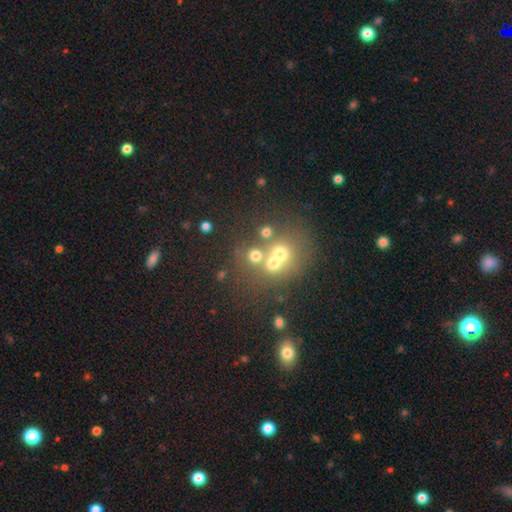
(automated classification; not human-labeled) Q: Smooth or featured?
A: smooth (60%); runner-up: star or artifact (22%)
Q: How rounded?
A: round (81%); runner-up: in between (18%)
Q: Merging?
A: none (47%); runner-up: merger (40%)